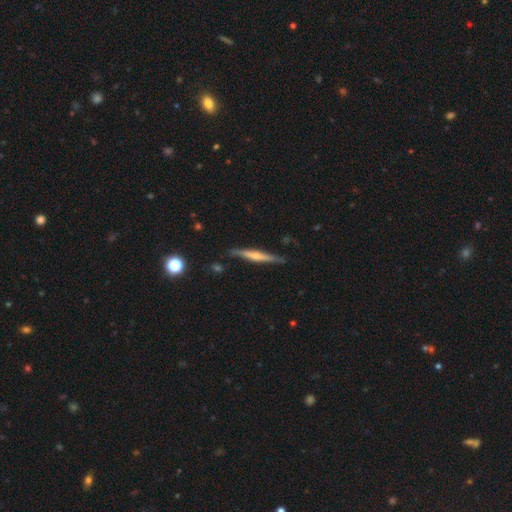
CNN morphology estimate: Smooth or featured?
  - featured or disk: 57% *
  - smooth: 36%
  - star or artifact: 6%
Edge-on disk?
  - yes: 96% *
  - no: 4%
Edge-on bulge?
  - rounded: 58% *
  - none: 27%
  - boxy: 15%
Merging?
  - none: 83% *
  - minor disturbance: 12%
  - major disturbance: 2%
  - merger: 2%